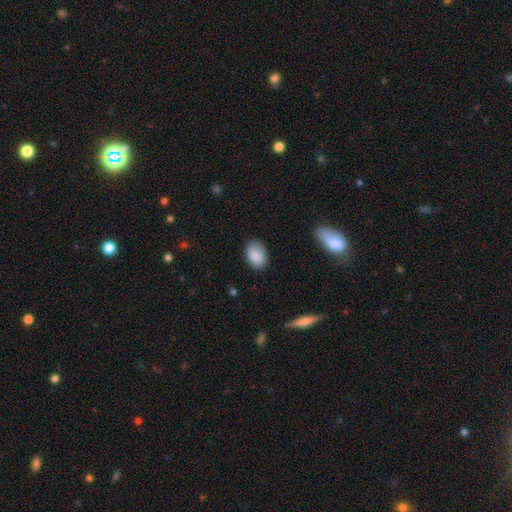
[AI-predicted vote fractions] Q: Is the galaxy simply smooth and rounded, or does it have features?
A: smooth — 88%.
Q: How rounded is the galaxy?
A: in between — 84%.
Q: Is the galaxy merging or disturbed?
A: none — 83%.